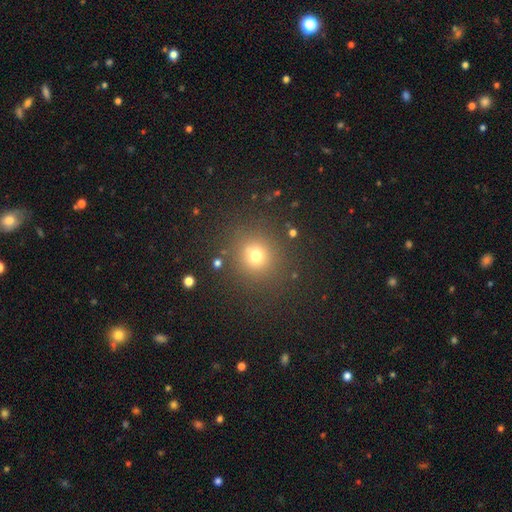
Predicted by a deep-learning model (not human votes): smooth 71%, star or artifact 21%, featured or disk 8%. Down the decision tree: how rounded — round (91%); merging — none (84%).